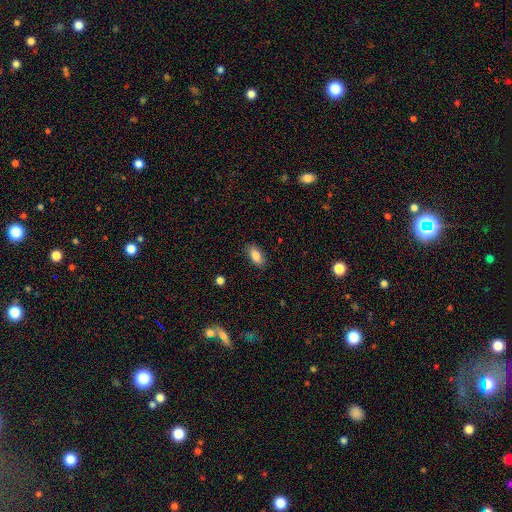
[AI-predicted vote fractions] smooth 85%, featured or disk 8%, star or artifact 8%. Down the decision tree: how rounded — in between (89%); merging — none (86%).